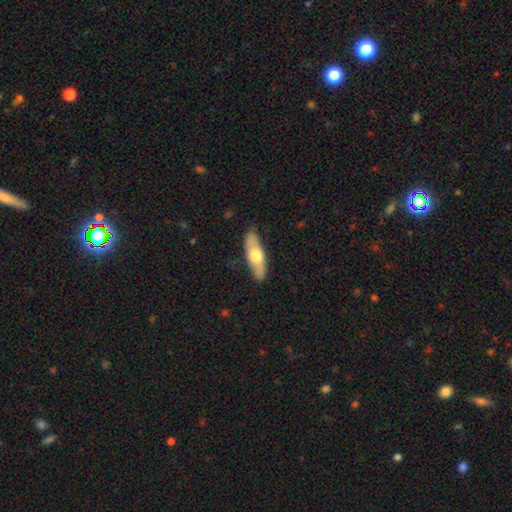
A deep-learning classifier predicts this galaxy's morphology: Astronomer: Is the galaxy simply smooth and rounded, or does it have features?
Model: smooth — 54% (runner-up: featured or disk, 41%).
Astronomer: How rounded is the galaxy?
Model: in between — 51% (runner-up: cigar-shaped, 47%).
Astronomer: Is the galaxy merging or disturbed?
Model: none — 85%.